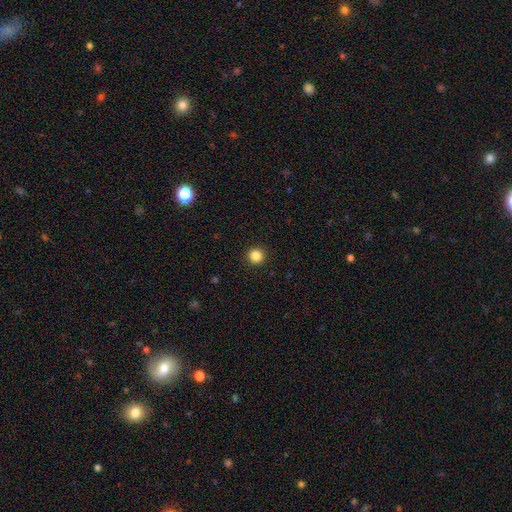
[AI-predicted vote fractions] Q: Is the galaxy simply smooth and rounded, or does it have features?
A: smooth — 86%.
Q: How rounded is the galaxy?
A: round — 95%.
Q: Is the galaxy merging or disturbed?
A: none — 93%.